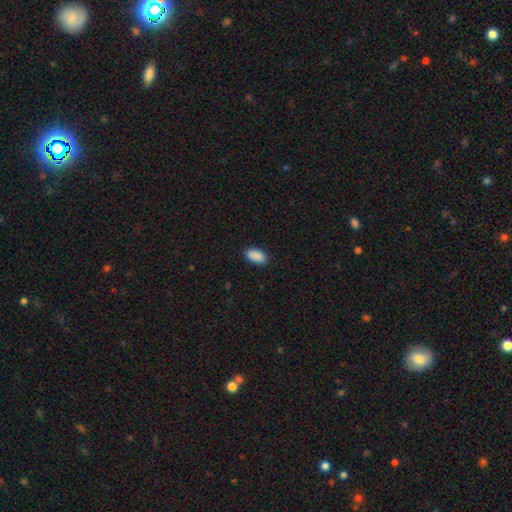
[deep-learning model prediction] This is clearly a smooth galaxy (91%). How rounded: clearly in between (94%). Merging: clearly none (88%).